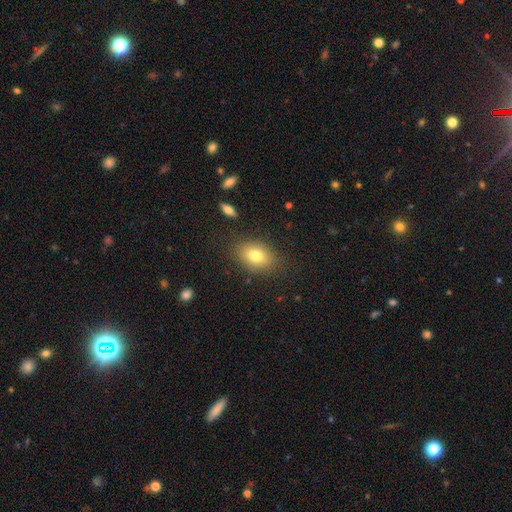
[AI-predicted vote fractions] The model was most divided on "how rounded": in between: 76%, round: 23%, cigar-shaped: 1%. More confident: merging — none (83%); smooth or featured — smooth (77%).